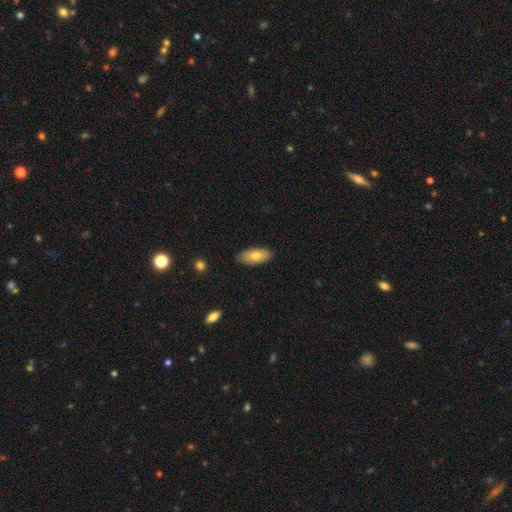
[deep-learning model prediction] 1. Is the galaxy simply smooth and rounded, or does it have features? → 77% smooth, 17% featured or disk, 6% star or artifact.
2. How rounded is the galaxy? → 87% in between, 11% cigar-shaped, 2% round.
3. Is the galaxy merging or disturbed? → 87% none, 10% minor disturbance, 2% major disturbance, 1% merger.